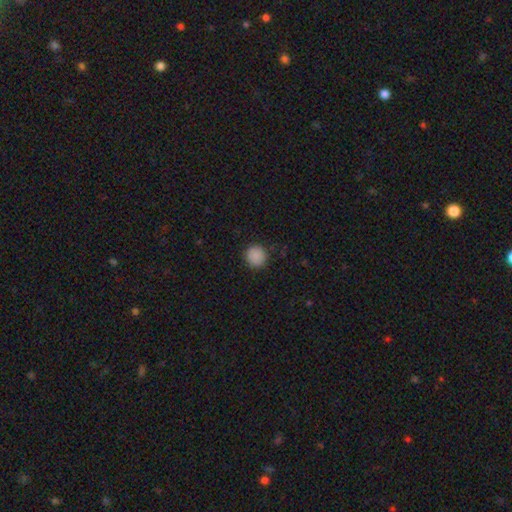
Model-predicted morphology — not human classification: smooth_or_featured: smooth (p=0.88) [alt: star or artifact p=0.09]
how_rounded: round (p=0.94) [alt: in between p=0.05]
merging: none (p=0.89) [alt: minor disturbance p=0.07]